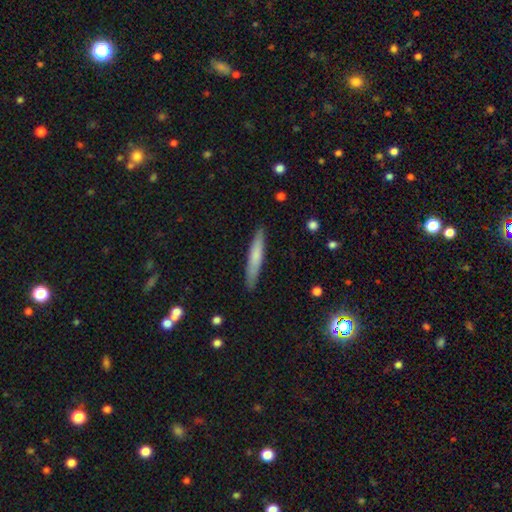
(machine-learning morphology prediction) Smooth or featured? smooth (67%)
How rounded? cigar-shaped (93%)
Merging? none (88%)